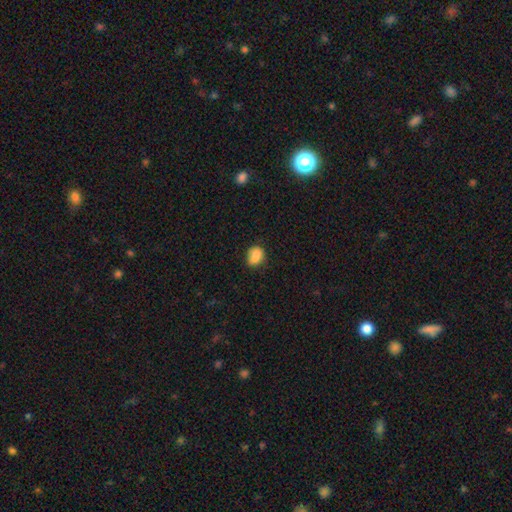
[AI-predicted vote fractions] Smooth or featured? smooth (82%)
How rounded? in between (53%)
Merging? none (60%)